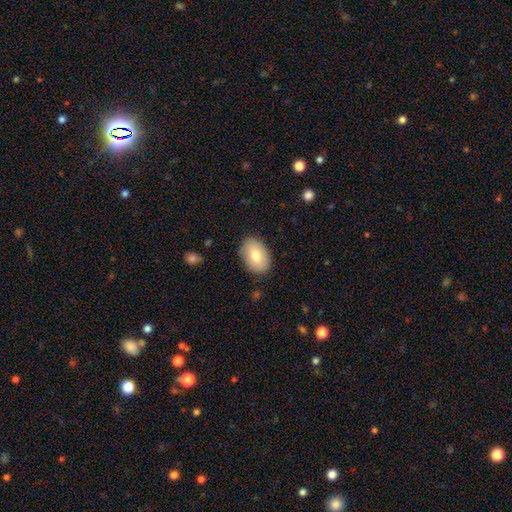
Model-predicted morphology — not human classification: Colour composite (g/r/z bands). It shows a smooth galaxy with no disk features (78%) that is in between round and cigar-shaped (86%). Merging: none (85%).